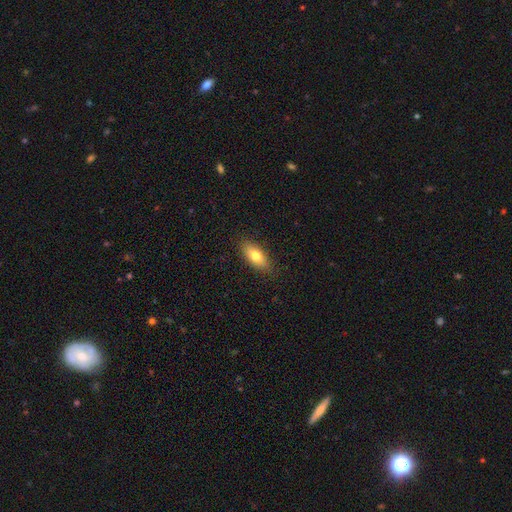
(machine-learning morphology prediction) Q: Smooth or featured?
A: smooth (76%); runner-up: featured or disk (17%)
Q: How rounded?
A: in between (85%); runner-up: cigar-shaped (12%)
Q: Merging?
A: none (86%); runner-up: minor disturbance (11%)